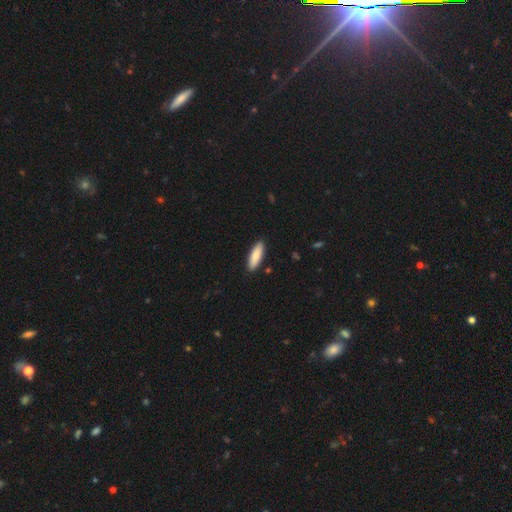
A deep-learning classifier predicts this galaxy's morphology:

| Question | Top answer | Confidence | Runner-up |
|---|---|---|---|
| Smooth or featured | smooth | 85% | featured or disk (10%) |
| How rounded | in between | 56% | cigar-shaped (42%) |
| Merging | none | 89% | minor disturbance (8%) |